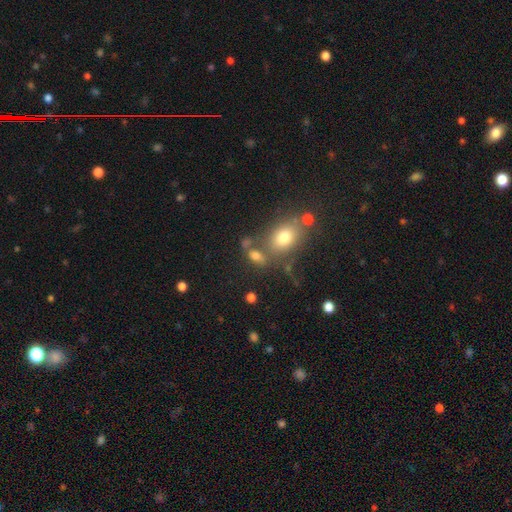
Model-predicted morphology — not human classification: smooth-or-featured: smooth: 72% | star or artifact: 15% | featured or disk: 14%
  how-rounded: in between: 79% | round: 16% | cigar-shaped: 6%
  merging: none: 54% | merger: 23% | minor disturbance: 15% | major disturbance: 8%